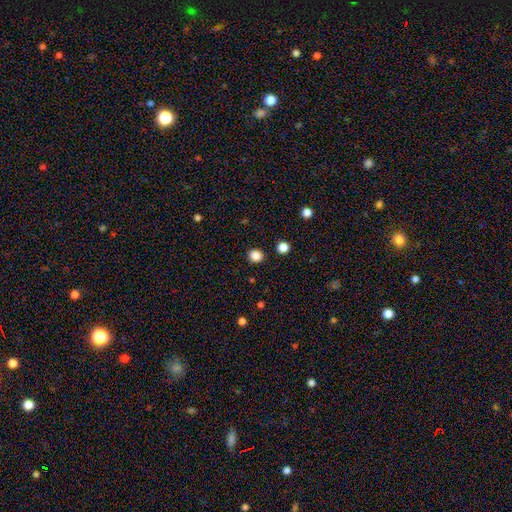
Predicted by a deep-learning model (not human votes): Smooth or featured: smooth — 85% (star or artifact — 12%)
How rounded: round — 89% (in between — 10%)
Merging: none — 92% (minor disturbance — 5%)